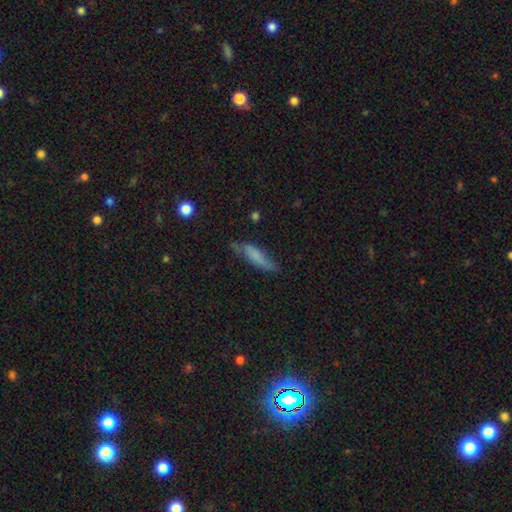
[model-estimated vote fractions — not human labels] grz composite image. It shows a smooth galaxy with no disk features (58%) that is cigar-shaped (67%). Merging: none (61%).